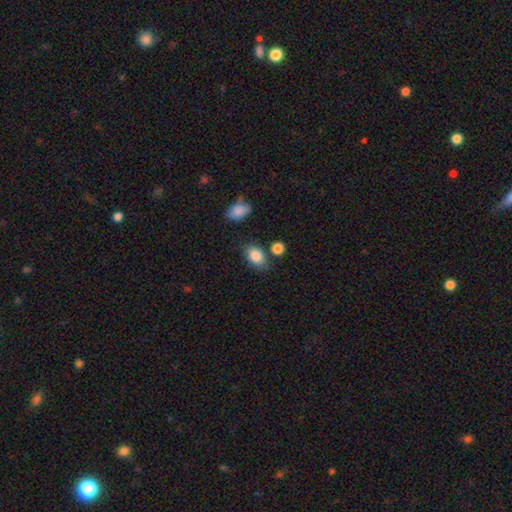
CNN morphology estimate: type=smooth (86%); roundness=in between (82%); merging=none (73%).